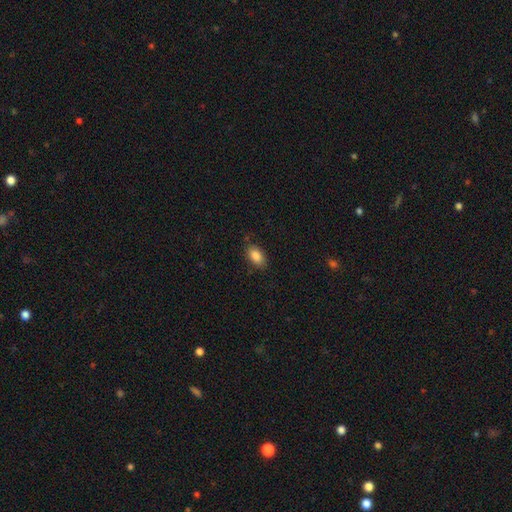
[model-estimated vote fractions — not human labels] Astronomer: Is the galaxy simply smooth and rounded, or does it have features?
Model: smooth — 87%.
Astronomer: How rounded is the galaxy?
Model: in between — 92%.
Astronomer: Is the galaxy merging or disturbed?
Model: none — 83%.